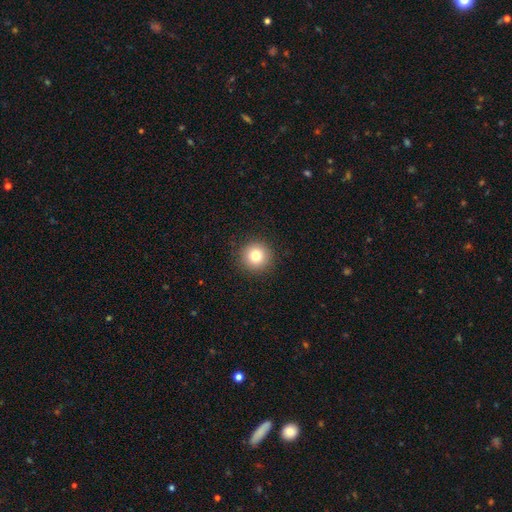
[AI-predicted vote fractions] smooth_or_featured: smooth (p=0.80) [alt: star or artifact p=0.11]
how_rounded: round (p=0.95) [alt: in between p=0.04]
merging: none (p=0.92) [alt: minor disturbance p=0.05]